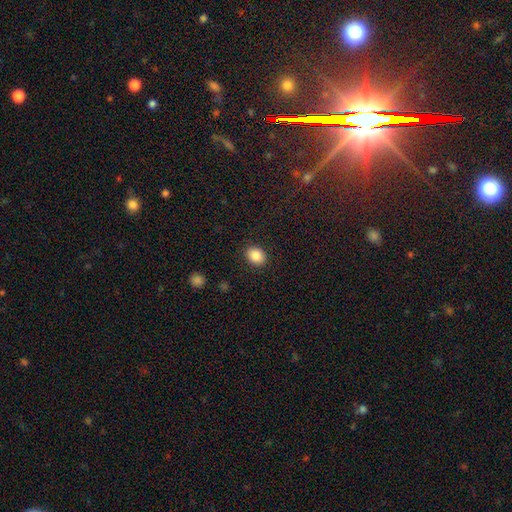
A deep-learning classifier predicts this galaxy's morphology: A smooth galaxy with no disk features (87%) that is in between round and cigar-shaped (54%). Merging: none (89%).